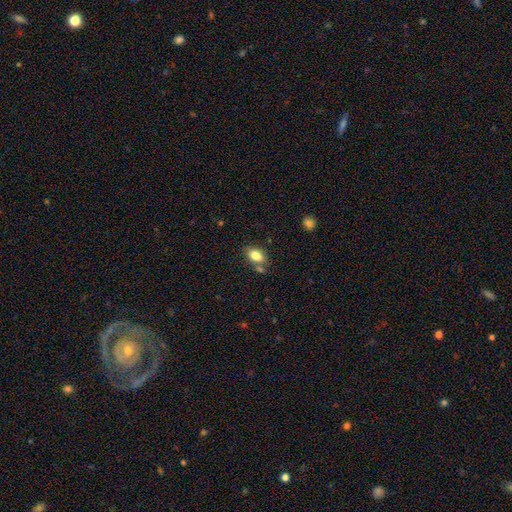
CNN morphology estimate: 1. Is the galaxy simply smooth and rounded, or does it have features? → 84% smooth, 9% star or artifact, 8% featured or disk.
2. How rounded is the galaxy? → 87% in between, 11% round, 2% cigar-shaped.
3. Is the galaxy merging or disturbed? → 68% none, 14% minor disturbance, 14% merger, 4% major disturbance.